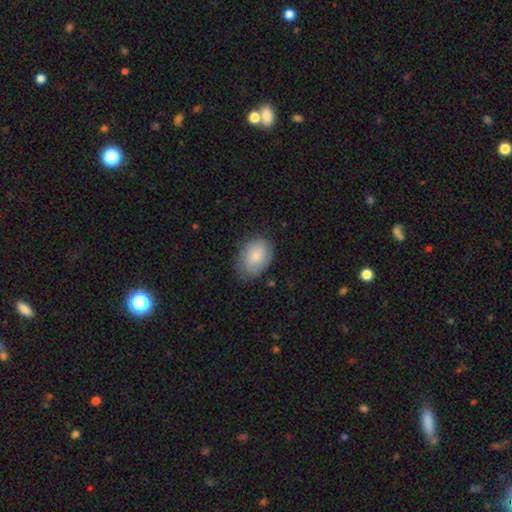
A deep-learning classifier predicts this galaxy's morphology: A smooth galaxy with no disk features (71%) that is in between round and cigar-shaped (78%).

Vote fractions:
- Smooth or featured? smooth: 71% / featured or disk: 23% / star or artifact: 7%
- How rounded? in between: 78% / round: 21% / cigar-shaped: 1%
- Merging? none: 70% / minor disturbance: 23% / major disturbance: 6% / merger: 1%